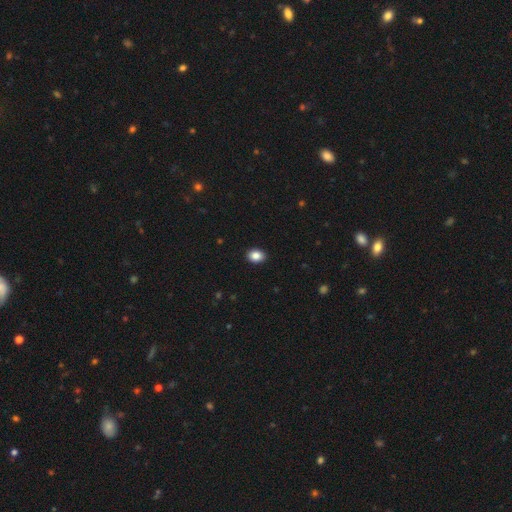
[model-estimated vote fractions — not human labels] Smooth or featured: smooth — 87% (star or artifact — 9%)
How rounded: in between — 66% (round — 33%)
Merging: none — 91% (minor disturbance — 6%)